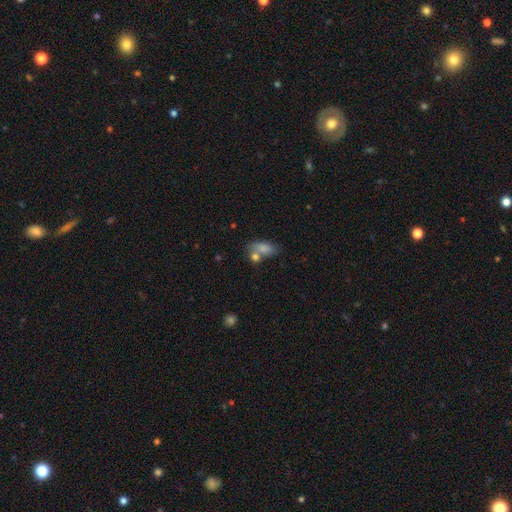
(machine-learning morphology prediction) Q: Smooth or featured?
A: smooth (79%); runner-up: featured or disk (10%)
Q: How rounded?
A: in between (83%); runner-up: round (10%)
Q: Merging?
A: none (47%); runner-up: merger (31%)